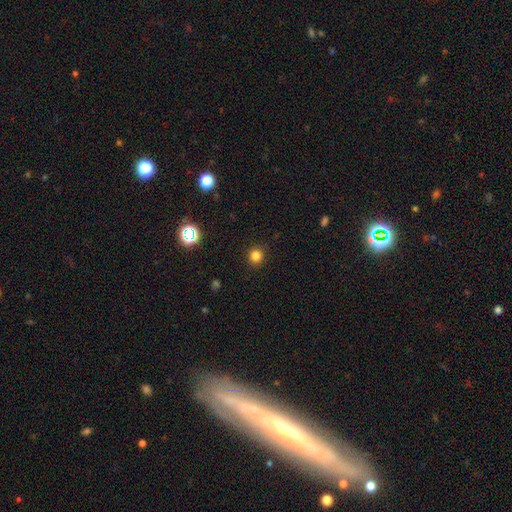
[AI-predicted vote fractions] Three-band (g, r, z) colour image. It shows a smooth galaxy with no disk features (81%) that is round (93%). Merging: none (91%).